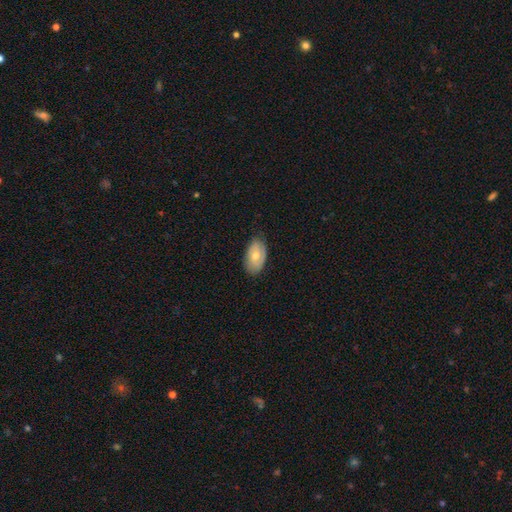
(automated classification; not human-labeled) Smooth or featured? Predicted: smooth (p=0.61). How rounded? Predicted: in between (p=0.92). Merging? Predicted: none (p=0.75).